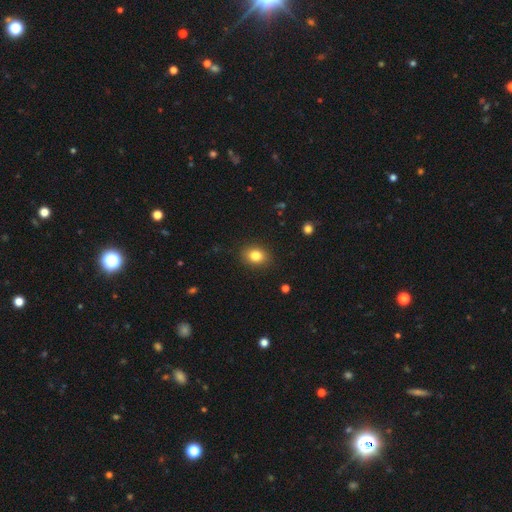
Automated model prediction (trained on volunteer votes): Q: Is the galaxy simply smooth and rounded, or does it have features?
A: smooth — 82%.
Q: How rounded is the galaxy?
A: in between — 57%.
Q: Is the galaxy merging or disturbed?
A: none — 88%.